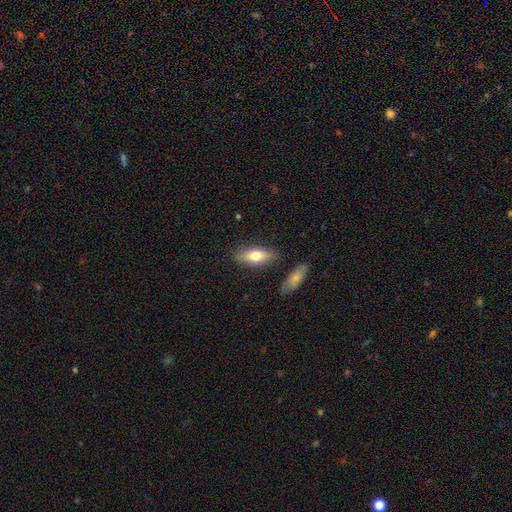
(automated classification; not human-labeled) Morphology: type=smooth (71%); roundness=in between (76%); merging=none (82%).